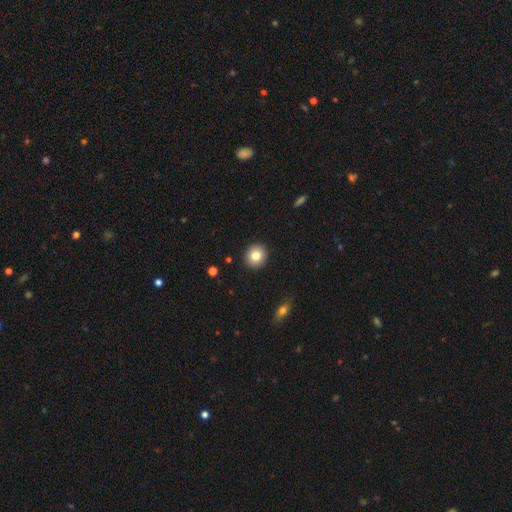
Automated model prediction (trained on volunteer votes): This is clearly a smooth galaxy (81%). How rounded: clearly round (91%). Merging: clearly none (92%).